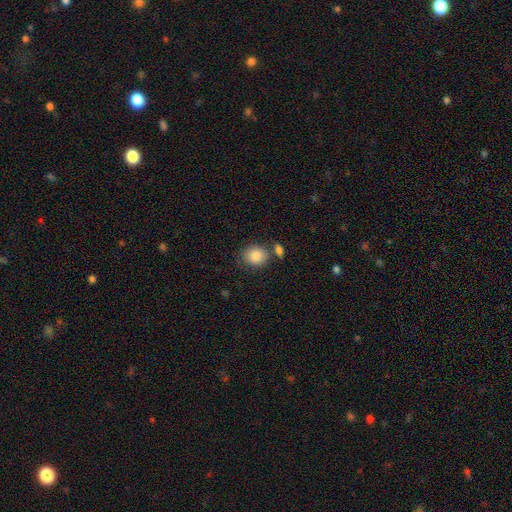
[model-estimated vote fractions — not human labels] smooth-or-featured: smooth: 85% | star or artifact: 8% | featured or disk: 7%
  how-rounded: round: 72% | in between: 27% | cigar-shaped: 1%
  merging: none: 68% | merger: 15% | minor disturbance: 13% | major disturbance: 4%